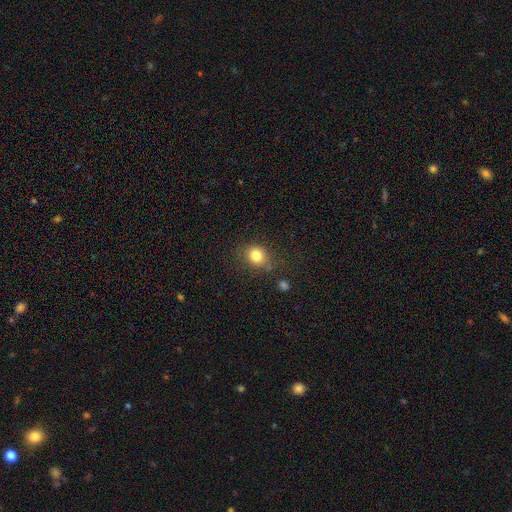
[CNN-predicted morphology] Smooth or featured? smooth (80%)
How rounded? round (71%)
Merging? none (71%)